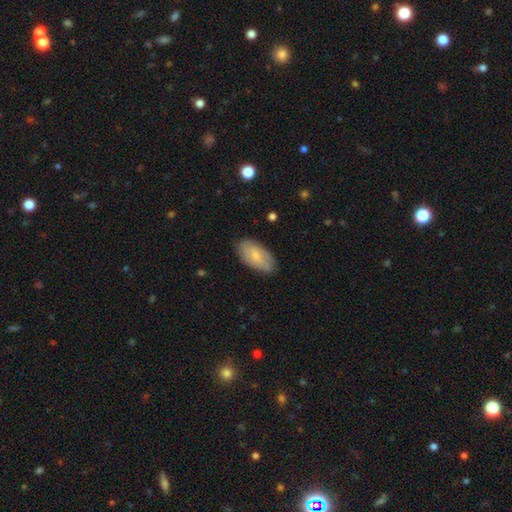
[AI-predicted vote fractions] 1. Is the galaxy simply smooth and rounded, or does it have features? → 62% smooth, 31% featured or disk, 6% star or artifact.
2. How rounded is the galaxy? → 94% in between, 3% round, 3% cigar-shaped.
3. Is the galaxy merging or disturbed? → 80% none, 16% minor disturbance, 3% major disturbance, 1% merger.